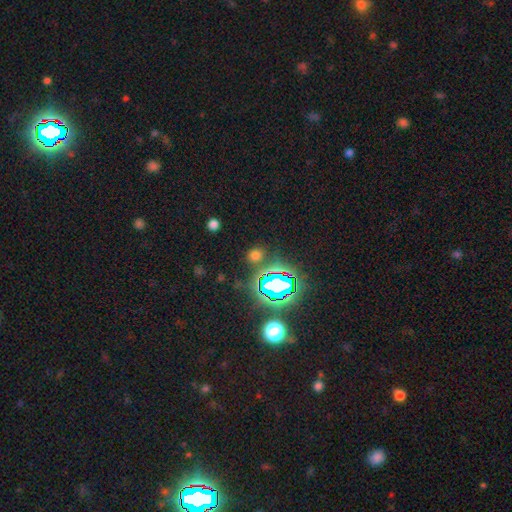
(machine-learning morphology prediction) Smooth or featured?
  - smooth: 53% *
  - star or artifact: 40%
  - featured or disk: 6%
How rounded?
  - round: 70% *
  - in between: 28%
  - cigar-shaped: 2%
Merging?
  - none: 83% *
  - minor disturbance: 9%
  - merger: 5%
  - major disturbance: 4%